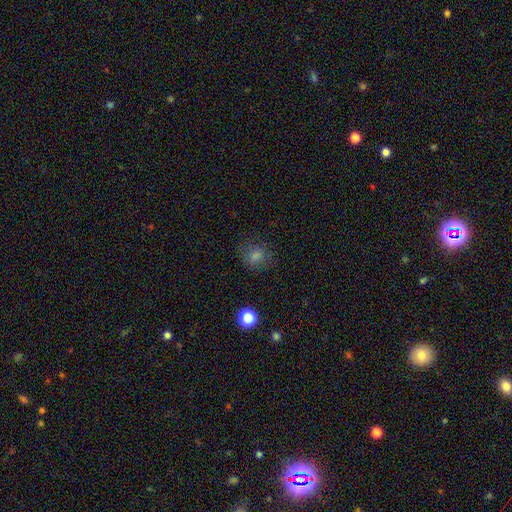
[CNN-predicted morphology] smooth-or-featured: smooth: 68% | star or artifact: 22% | featured or disk: 10%
  how-rounded: round: 74% | in between: 25% | cigar-shaped: 1%
  merging: none: 79% | minor disturbance: 14% | major disturbance: 6% | merger: 1%